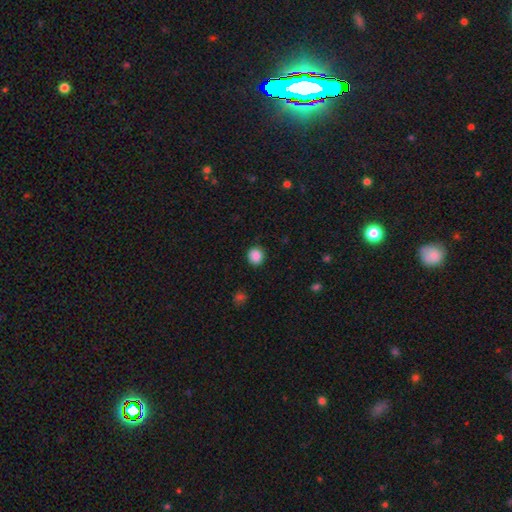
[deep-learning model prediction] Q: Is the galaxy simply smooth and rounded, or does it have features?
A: smooth — 88%.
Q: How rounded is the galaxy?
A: round — 88%.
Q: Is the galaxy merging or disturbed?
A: none — 90%.